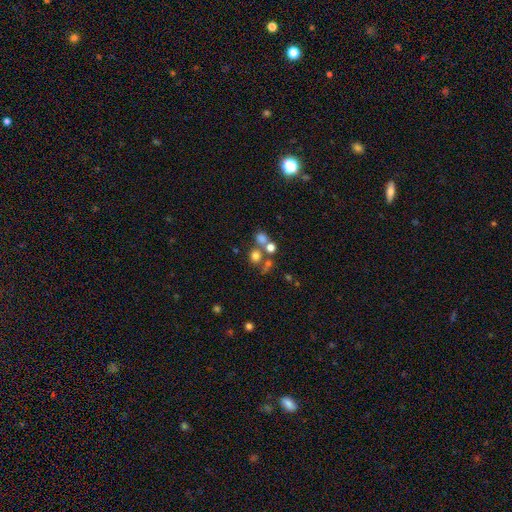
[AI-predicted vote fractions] The model was most divided on "merging": none: 52%, merger: 34%, minor disturbance: 8%, major disturbance: 6%. More confident: how rounded — round (84%); smooth or featured — smooth (68%).